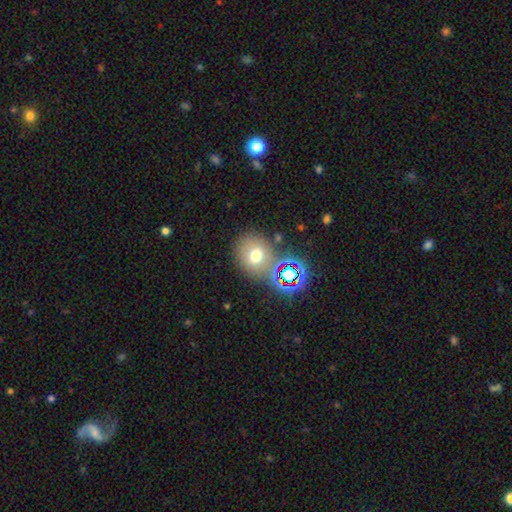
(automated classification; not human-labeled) This appears to be a smooth galaxy with no disk features (64%) that is round (72%). Merging: none (71%).